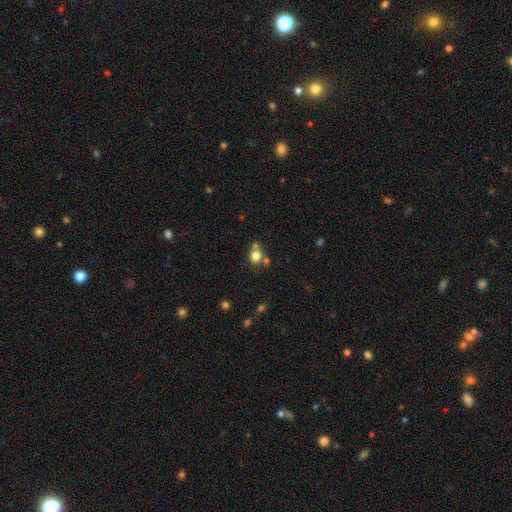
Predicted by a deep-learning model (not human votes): This is likely a smooth galaxy (77%). How rounded: likely round (79%). Merging: possibly none (55%).